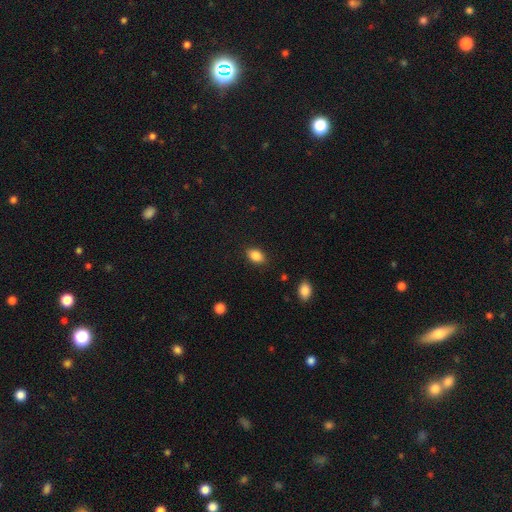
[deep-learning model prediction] Morphology: type=smooth (86%); roundness=in between (83%); merging=none (85%).